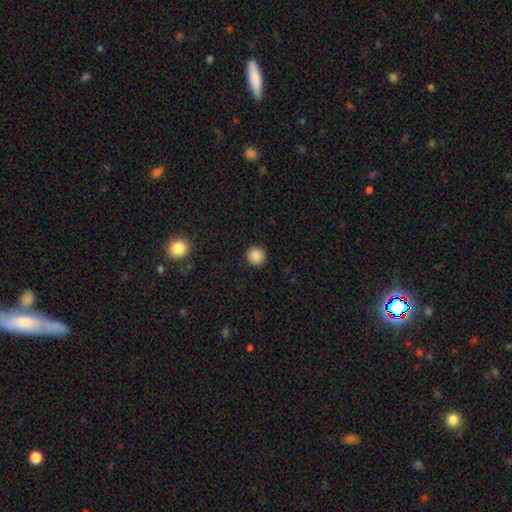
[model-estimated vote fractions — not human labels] A smooth galaxy with no disk features (88%) that is round (93%).

Vote fractions:
- Smooth or featured? smooth: 88% / star or artifact: 10% / featured or disk: 3%
- How rounded? round: 93% / in between: 6% / cigar-shaped: 1%
- Merging? none: 91% / minor disturbance: 6% / major disturbance: 2% / merger: 1%